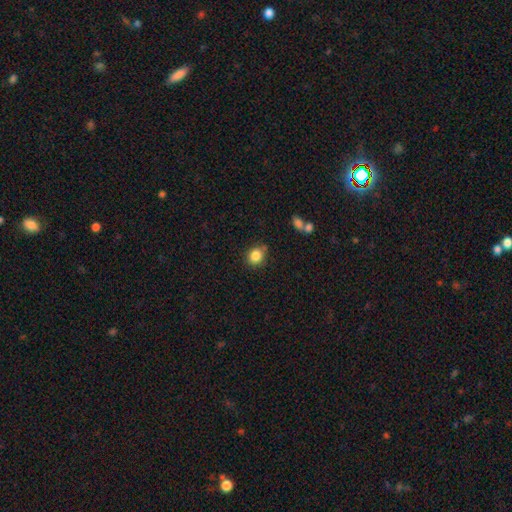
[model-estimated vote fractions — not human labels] Morphology: type=smooth (85%); roundness=round (75%); merging=none (75%).